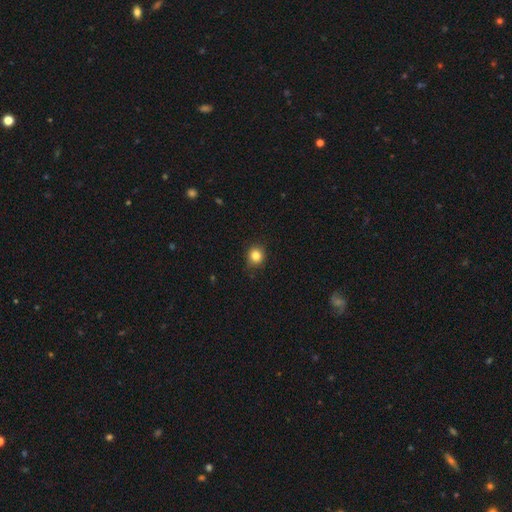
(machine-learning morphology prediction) smooth_or_featured: smooth (p=0.84) [alt: star or artifact p=0.11]
how_rounded: round (p=0.86) [alt: in between p=0.13]
merging: none (p=0.86) [alt: minor disturbance p=0.11]